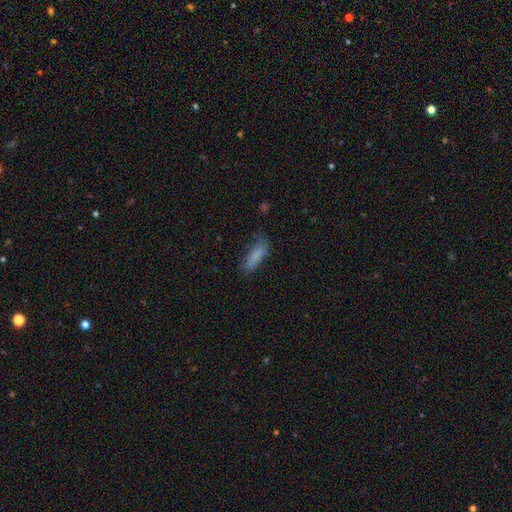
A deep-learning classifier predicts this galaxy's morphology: Smooth or featured: smooth — 79% (featured or disk — 12%)
How rounded: in between — 50% (cigar-shaped — 48%)
Merging: none — 54% (minor disturbance — 30%)